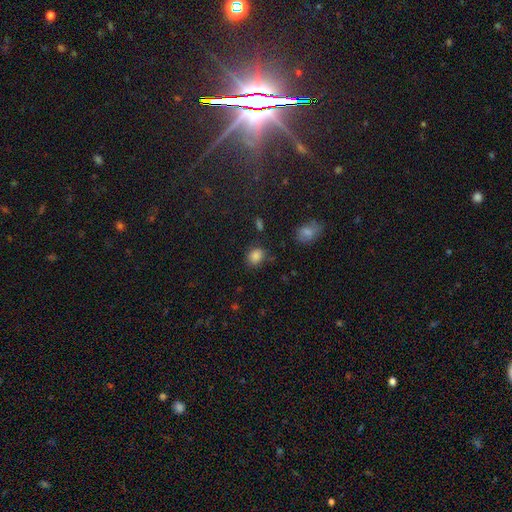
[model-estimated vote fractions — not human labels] A smooth galaxy with no disk features (84%) that is round (50%). Merging: none (76%).